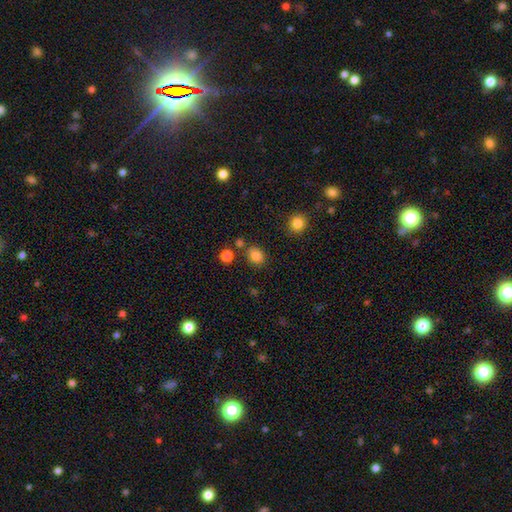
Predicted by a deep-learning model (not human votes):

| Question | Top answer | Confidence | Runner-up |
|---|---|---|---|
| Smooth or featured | smooth | 83% | star or artifact (12%) |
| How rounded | round | 64% | in between (35%) |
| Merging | none | 80% | minor disturbance (10%) |